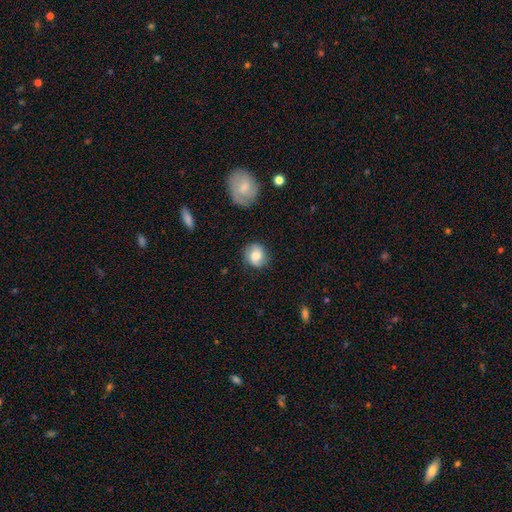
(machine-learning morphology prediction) smooth 54%, featured or disk 37%, star or artifact 8%. Down the decision tree: how rounded — round (78%); merging — none (76%).